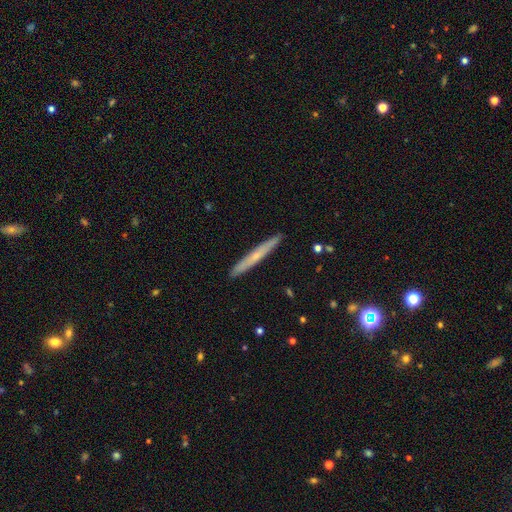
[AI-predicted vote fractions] Overall: featured or disk (47%; smooth 46%). Merging: none (92%).